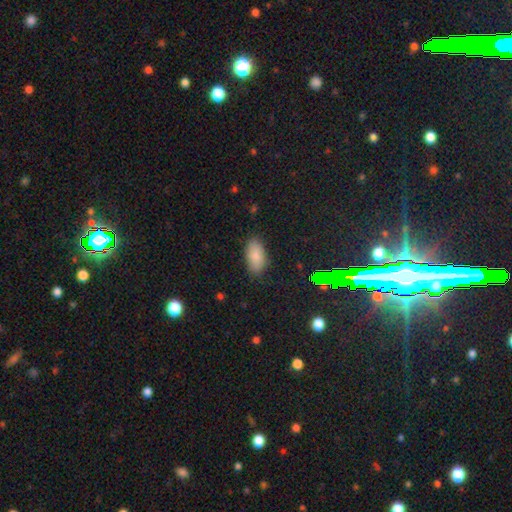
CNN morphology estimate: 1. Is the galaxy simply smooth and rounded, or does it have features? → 83% smooth, 9% star or artifact, 8% featured or disk.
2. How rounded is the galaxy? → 92% in between, 5% cigar-shaped, 3% round.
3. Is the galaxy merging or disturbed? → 83% none, 13% minor disturbance, 3% major disturbance, 1% merger.